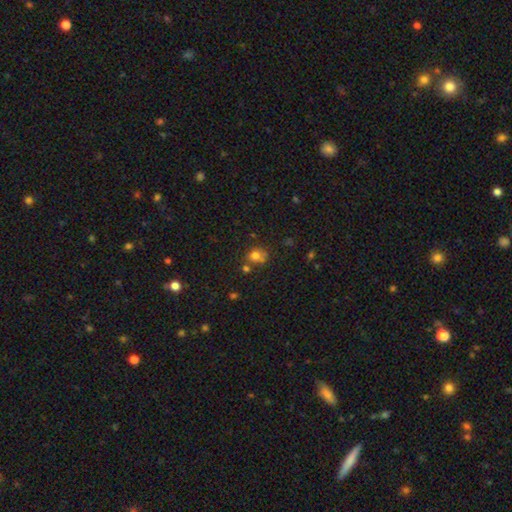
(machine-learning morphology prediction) smooth_or_featured: smooth (p=0.74) [alt: star or artifact p=0.15]
how_rounded: round (p=0.70) [alt: in between p=0.29]
merging: none (p=0.50) [alt: merger p=0.26]